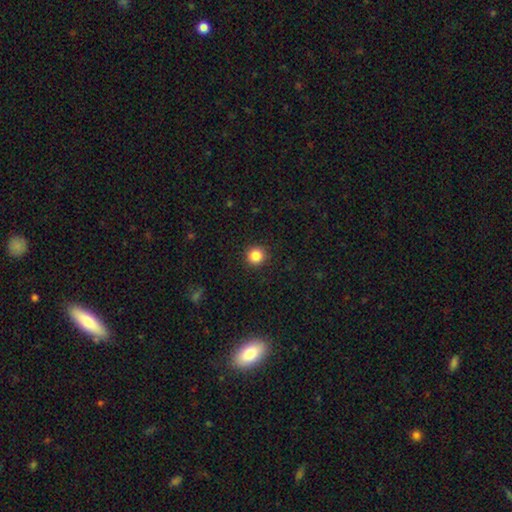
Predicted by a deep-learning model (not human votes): smooth-or-featured: smooth: 86% | star or artifact: 10% | featured or disk: 4%
  how-rounded: round: 94% | in between: 5% | cigar-shaped: 1%
  merging: none: 92% | minor disturbance: 5% | major disturbance: 2% | merger: 1%